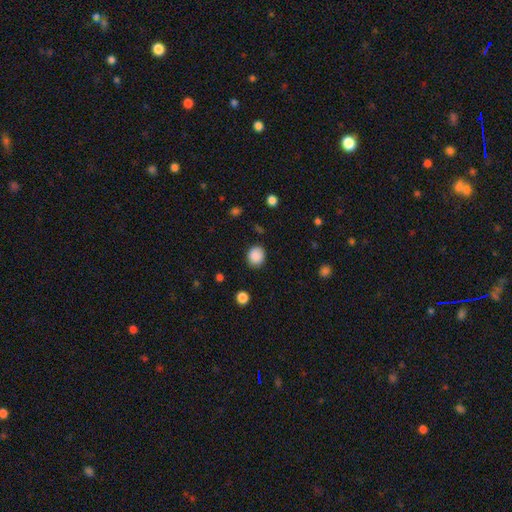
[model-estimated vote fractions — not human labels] Morphology: type=smooth (88%); roundness=round (77%); merging=none (86%).